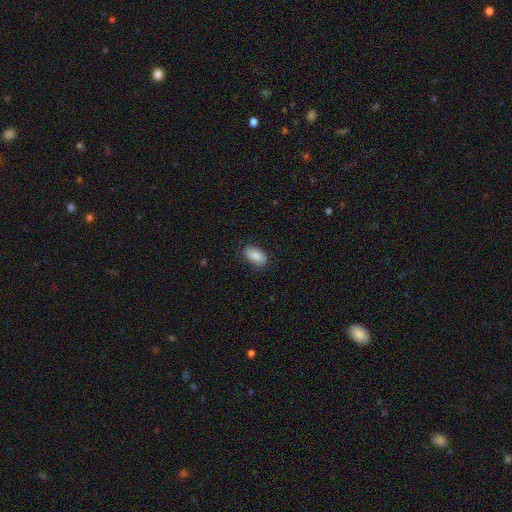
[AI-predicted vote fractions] A smooth galaxy with no disk features (78%) that is in between round and cigar-shaped (93%). Merging: none (79%).